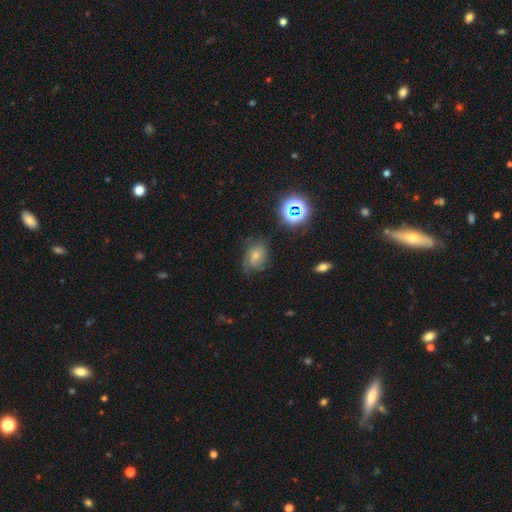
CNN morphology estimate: Q: Smooth or featured?
A: featured or disk (44%); runner-up: smooth (38%)
Q: Merging?
A: none (58%); runner-up: minor disturbance (26%)